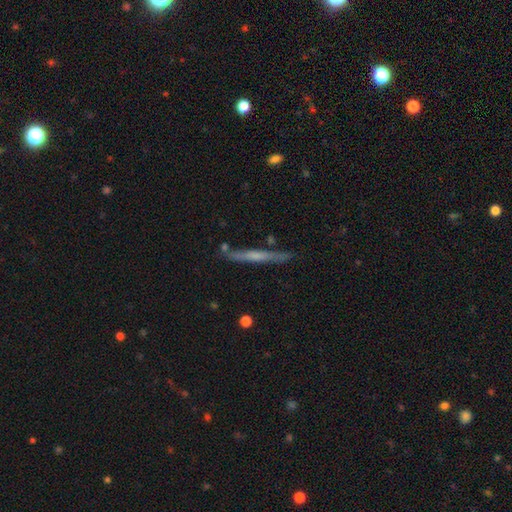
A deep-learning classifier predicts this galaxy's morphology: Overall: featured or disk (57%; smooth 37%). Edge-on disk: yes (96%). Edge-on bulge: none (57%; rounded 32%). Merging: none (84%).